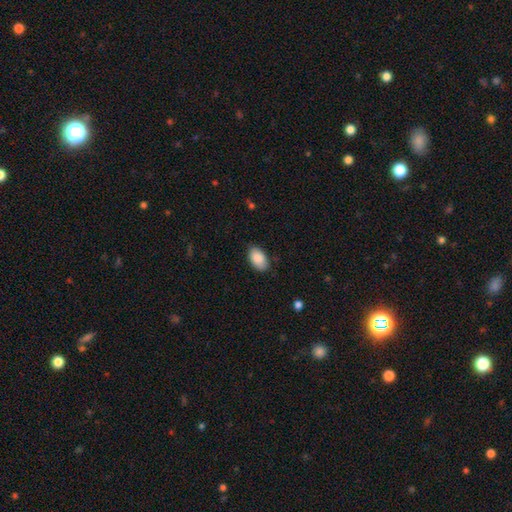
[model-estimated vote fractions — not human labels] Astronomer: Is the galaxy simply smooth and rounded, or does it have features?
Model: smooth — 89%.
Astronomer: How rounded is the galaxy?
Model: in between — 94%.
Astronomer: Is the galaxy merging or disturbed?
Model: none — 84%.